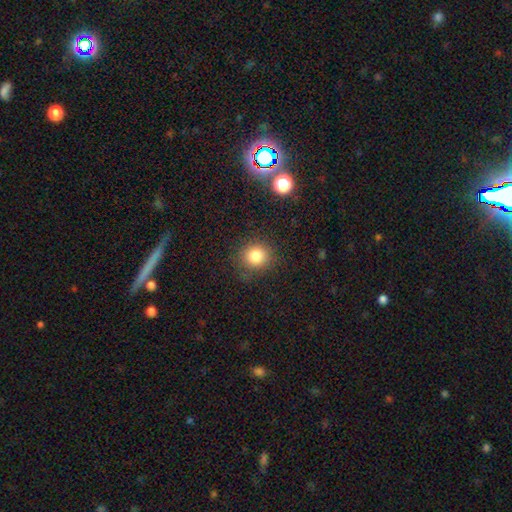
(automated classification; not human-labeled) Q: Smooth or featured?
A: smooth (83%); runner-up: star or artifact (12%)
Q: How rounded?
A: round (88%); runner-up: in between (11%)
Q: Merging?
A: none (82%); runner-up: minor disturbance (11%)